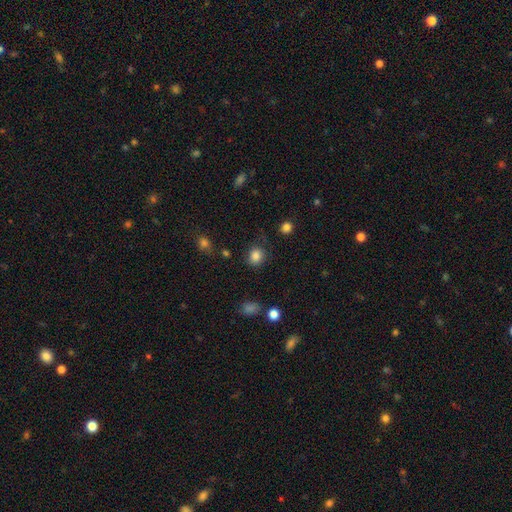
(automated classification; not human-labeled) Smooth or featured? smooth (84%)
How rounded? round (77%)
Merging? none (76%)